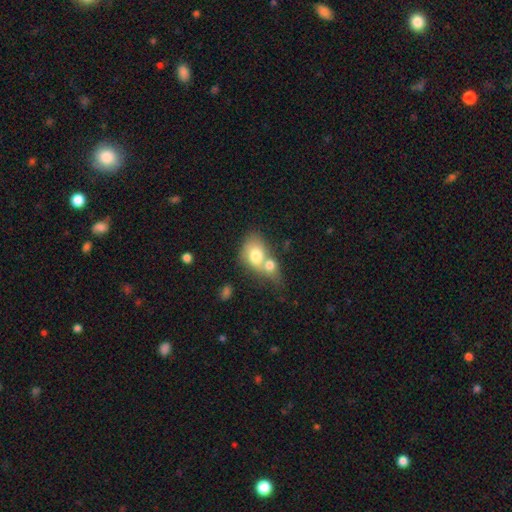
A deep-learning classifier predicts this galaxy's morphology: Overall: smooth (72%). How rounded: in between (66%; round 32%). Merging: merger (71%).